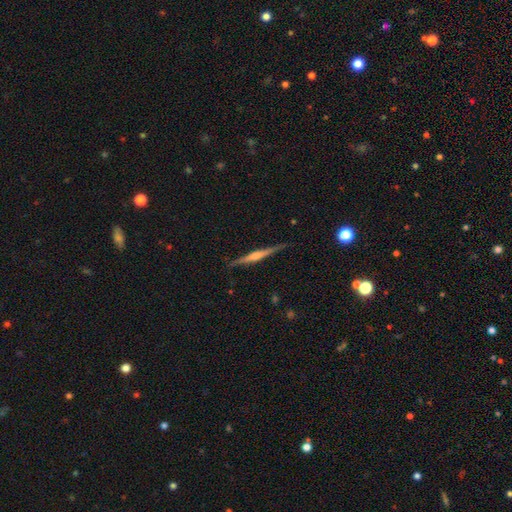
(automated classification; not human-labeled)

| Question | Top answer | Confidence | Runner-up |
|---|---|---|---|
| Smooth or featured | featured or disk | 79% | smooth (15%) |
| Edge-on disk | yes | 98% | no (2%) |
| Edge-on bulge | rounded | 73% | none (14%) |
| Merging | none | 89% | minor disturbance (8%) |